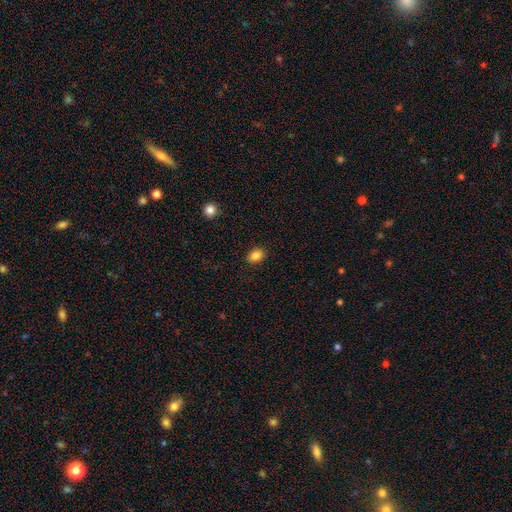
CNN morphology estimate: smooth-or-featured: smooth: 86% | star or artifact: 10% | featured or disk: 4%
  how-rounded: in between: 64% | round: 35% | cigar-shaped: 1%
  merging: none: 89% | minor disturbance: 8% | major disturbance: 2% | merger: 1%